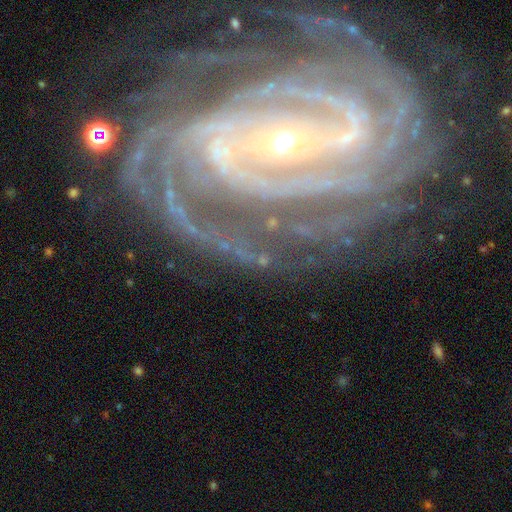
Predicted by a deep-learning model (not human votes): This is clearly a featured or disk galaxy (89%). It is clearly not viewed edge-on (96%). Bar: marginally strong (40%). Spiral arm pattern: clearly yes (98%). Spiral arm count: marginally 2 (21%). Spiral winding: likely tight (69%). Central bulge: likely small (65%). Merging: likely none (71%).